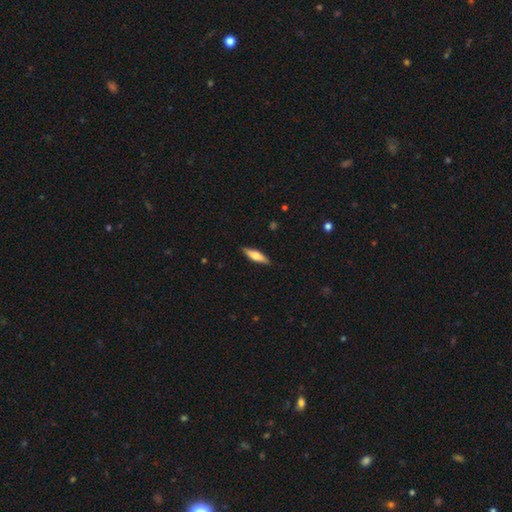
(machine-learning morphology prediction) smooth 55%, featured or disk 39%, star or artifact 6%. Down the decision tree: how rounded — cigar-shaped (62%); merging — none (88%).